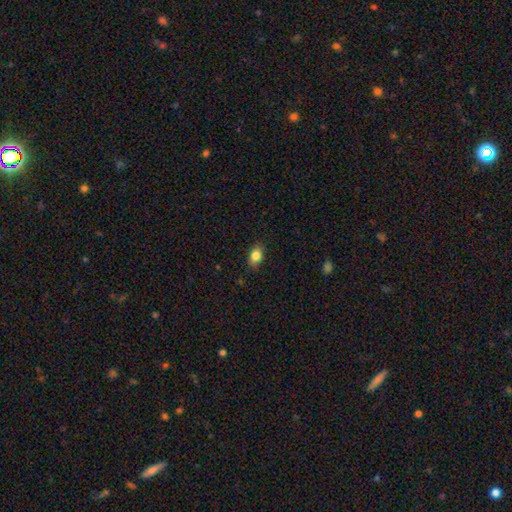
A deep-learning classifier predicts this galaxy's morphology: type=smooth (84%); roundness=in between (82%); merging=none (85%).